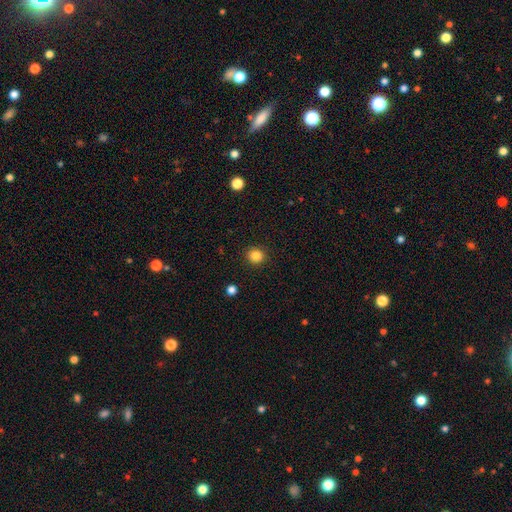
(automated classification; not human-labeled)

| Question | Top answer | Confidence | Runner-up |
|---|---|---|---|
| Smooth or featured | smooth | 85% | star or artifact (11%) |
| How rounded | round | 87% | in between (12%) |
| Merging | none | 91% | minor disturbance (6%) |